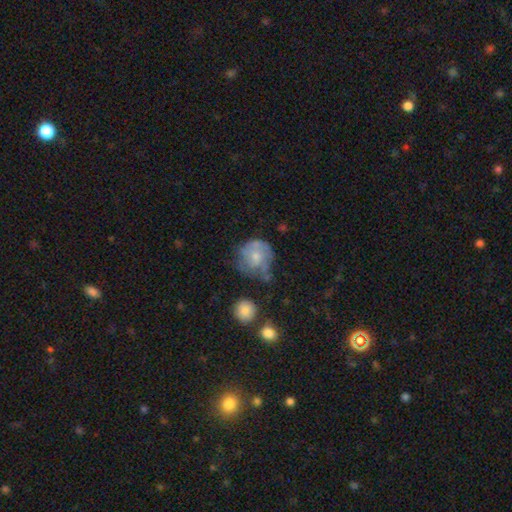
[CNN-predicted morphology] A smooth galaxy with no disk features (50%).

Vote fractions:
- Smooth or featured? smooth: 50% / featured or disk: 42% / star or artifact: 8%
- Merging? none: 42% / minor disturbance: 30% / major disturbance: 22% / merger: 6%